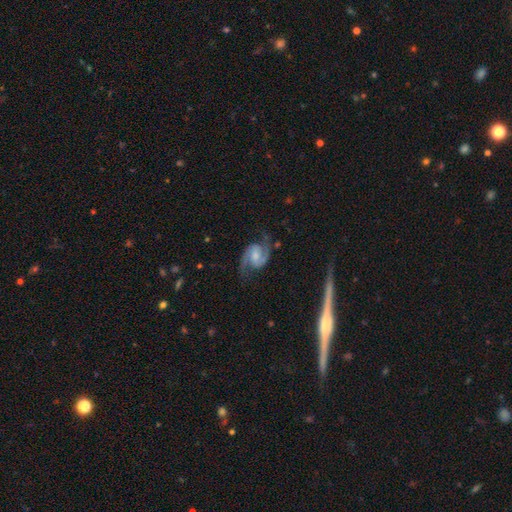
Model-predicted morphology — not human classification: type=featured or disk (89%); edge-on=no (98%); bar=weak (46%); spiral arms=yes (98%); winding=medium (55%); arm count=2 (94%); bulge=moderate (39%); merging=none (76%).